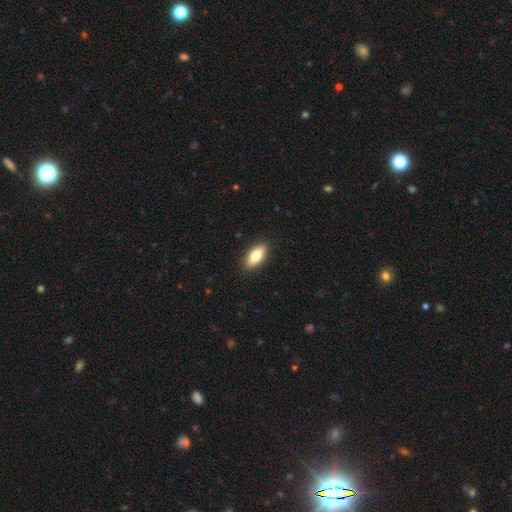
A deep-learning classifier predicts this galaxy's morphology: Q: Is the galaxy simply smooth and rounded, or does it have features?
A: smooth — 82%.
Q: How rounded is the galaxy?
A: in between — 85%.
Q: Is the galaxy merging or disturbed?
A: none — 89%.